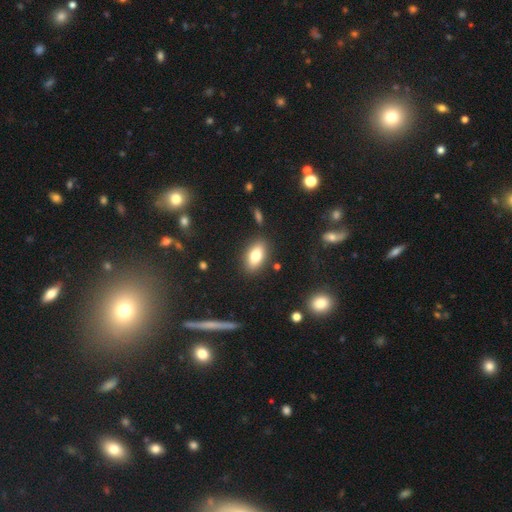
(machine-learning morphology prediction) A smooth galaxy with no disk features (77%) that is in between round and cigar-shaped (88%). Merging: none (85%).